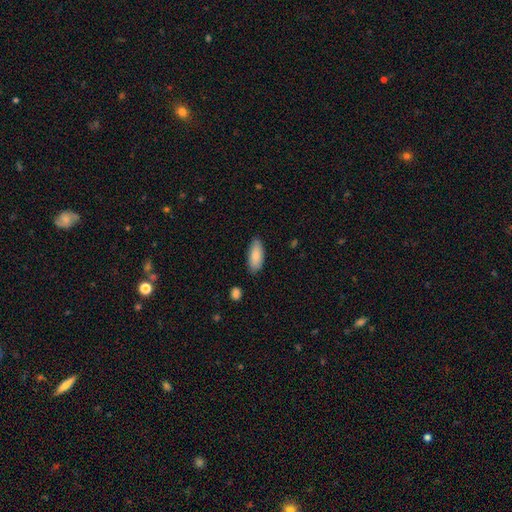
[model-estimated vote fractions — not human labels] smooth-or-featured: smooth: 85% | featured or disk: 9% | star or artifact: 6%
  how-rounded: in between: 84% | cigar-shaped: 14% | round: 2%
  merging: none: 83% | minor disturbance: 13% | major disturbance: 2% | merger: 2%